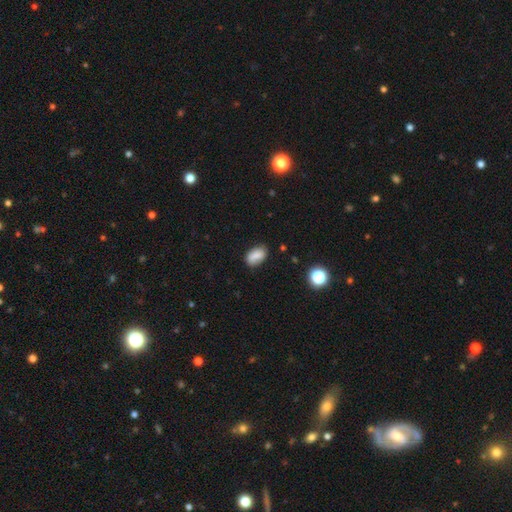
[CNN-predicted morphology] Overall: smooth (79%). How rounded: in between (88%). Merging: none (74%).